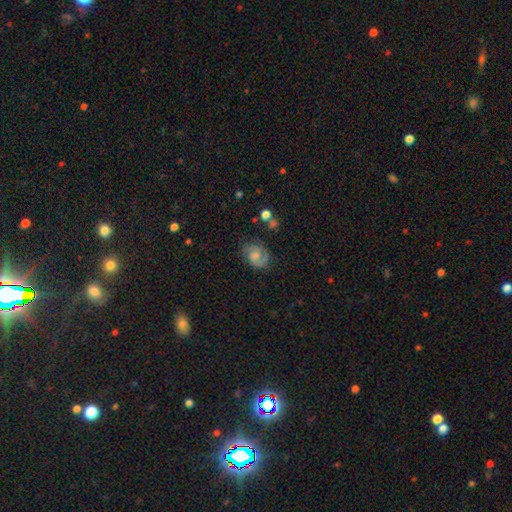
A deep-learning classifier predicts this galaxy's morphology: A featured or disk galaxy (64%) with no bar (57%), 2 (75%) medium (47%) spiral arms (91%) and a moderate central bulge (36%). Merging: none (63%).